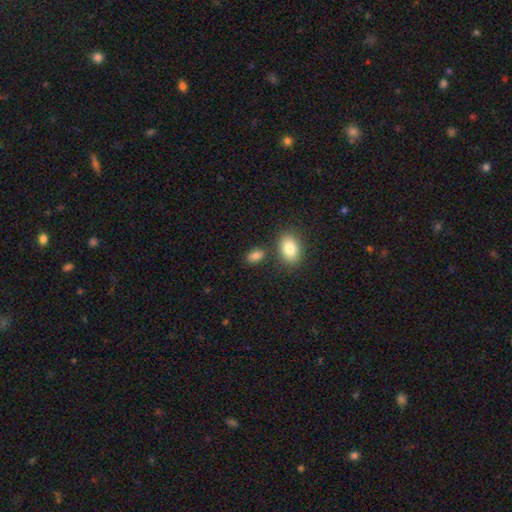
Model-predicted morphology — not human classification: This appears to be a smooth galaxy with no disk features (83%) that is in between round and cigar-shaped (85%). Merging: none (74%).